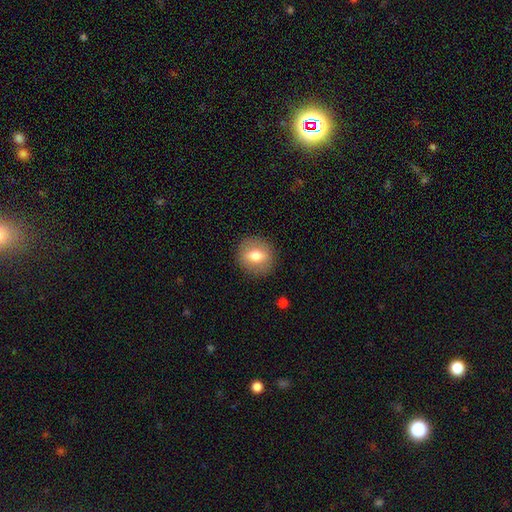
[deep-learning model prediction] A smooth galaxy with no disk features (66%) that is round (79%).

Vote fractions:
- Smooth or featured? smooth: 66% / featured or disk: 25% / star or artifact: 8%
- How rounded? round: 79% / in between: 19% / cigar-shaped: 1%
- Merging? none: 88% / minor disturbance: 8% / major disturbance: 3% / merger: 1%